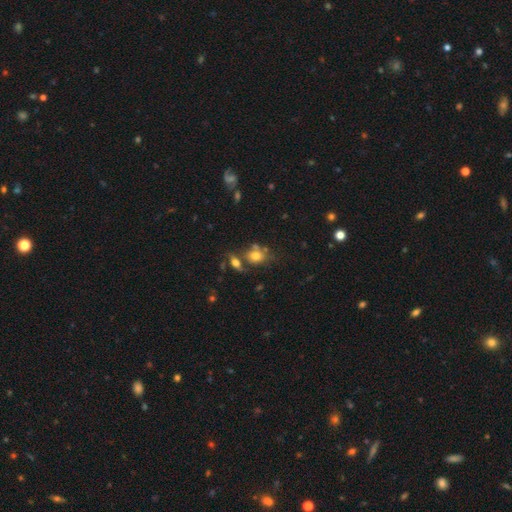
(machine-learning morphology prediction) smooth-or-featured: smooth: 71% | featured or disk: 16% | star or artifact: 13%
  how-rounded: round: 49% | in between: 48% | cigar-shaped: 2%
  merging: none: 44% | merger: 33% | minor disturbance: 15% | major disturbance: 8%